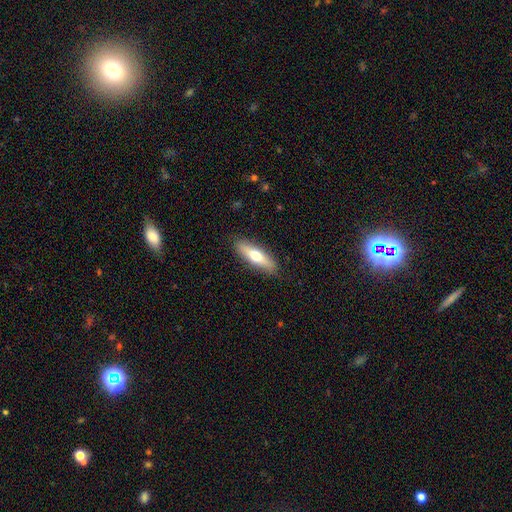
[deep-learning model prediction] smooth-or-featured: smooth: 57% | featured or disk: 37% | star or artifact: 6%
  how-rounded: cigar-shaped: 61% | in between: 37% | round: 2%
  merging: none: 87% | minor disturbance: 10% | major disturbance: 2% | merger: 1%